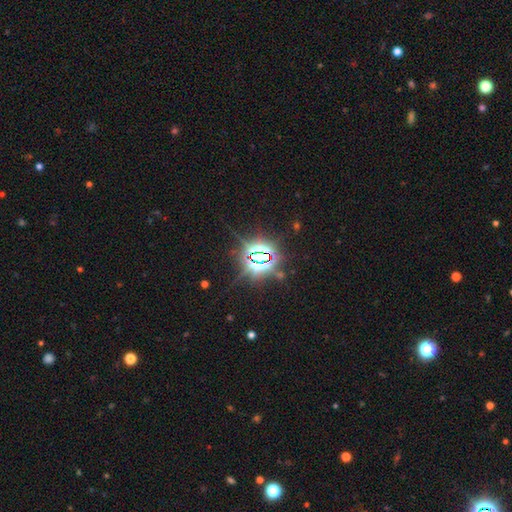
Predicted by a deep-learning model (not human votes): The model was most divided on "smooth or featured": star or artifact: 84%, smooth: 9%, featured or disk: 7%.